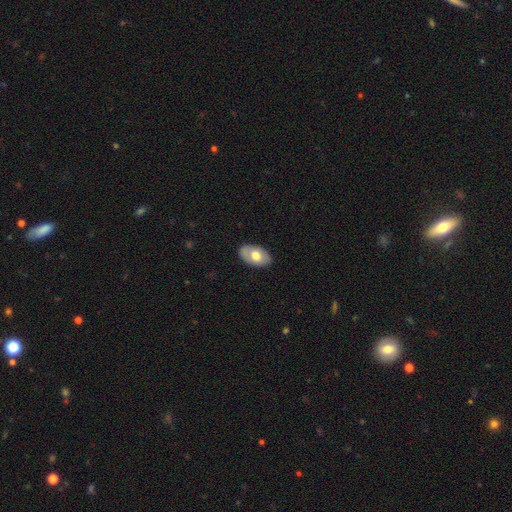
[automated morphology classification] type=smooth (63%); roundness=in between (92%); merging=none (85%).